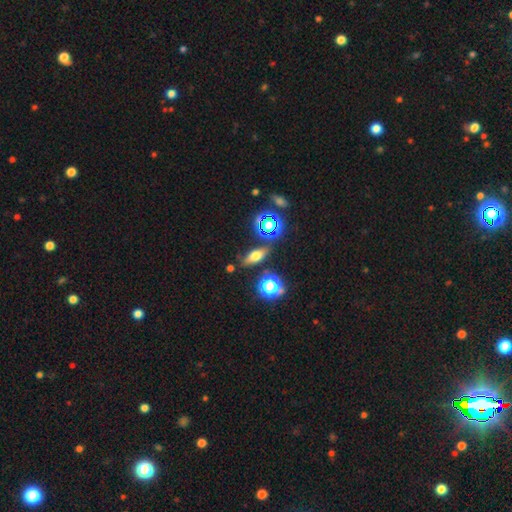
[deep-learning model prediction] Q: Smooth or featured?
A: smooth (51%); runner-up: featured or disk (26%)
Q: How rounded?
A: in between (56%); runner-up: cigar-shaped (30%)
Q: Merging?
A: none (80%); runner-up: minor disturbance (12%)